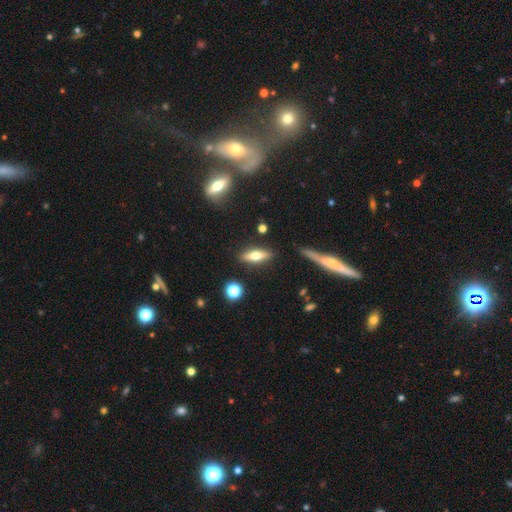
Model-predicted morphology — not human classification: Smooth or featured?
  - smooth: 51% *
  - featured or disk: 41%
  - star or artifact: 8%
How rounded?
  - cigar-shaped: 49% *
  - in between: 48%
  - round: 4%
Merging?
  - none: 85% *
  - minor disturbance: 9%
  - merger: 3%
  - major disturbance: 3%